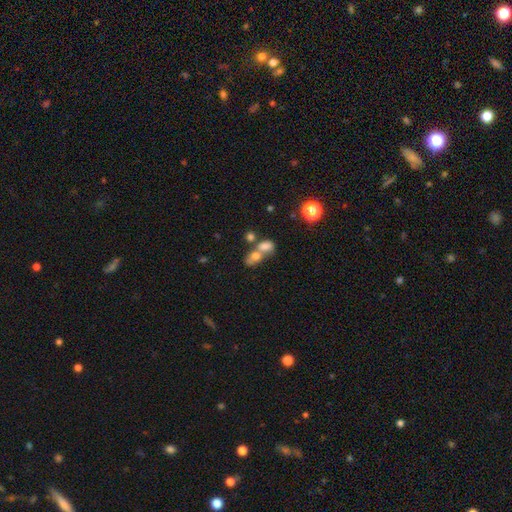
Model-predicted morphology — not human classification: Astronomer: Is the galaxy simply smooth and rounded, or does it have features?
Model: smooth — 65%.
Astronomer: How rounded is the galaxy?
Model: in between — 62%.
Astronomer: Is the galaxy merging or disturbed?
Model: merger — 59%.